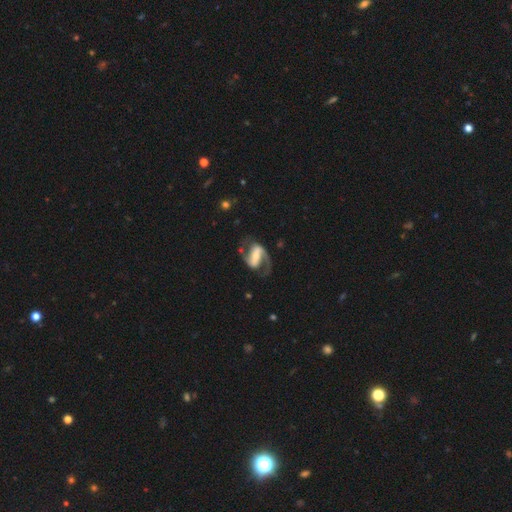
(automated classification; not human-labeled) Q: Smooth or featured?
A: featured or disk (86%); runner-up: smooth (10%)
Q: Edge-on disk?
A: no (97%); runner-up: yes (3%)
Q: Bar?
A: strong (59%); runner-up: weak (29%)
Q: Spiral arms?
A: yes (95%); runner-up: no (5%)
Q: Spiral winding?
A: medium (52%); runner-up: loose (32%)
Q: Spiral arm count?
A: 2 (82%); runner-up: 1 (13%)
Q: Bulge size?
A: small (40%); runner-up: moderate (34%)
Q: Merging?
A: none (63%); runner-up: major disturbance (18%)